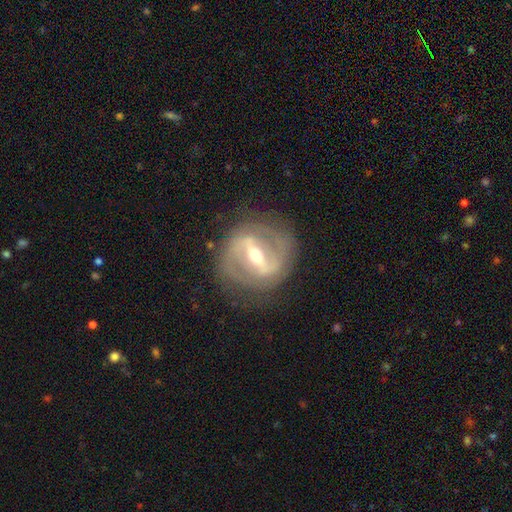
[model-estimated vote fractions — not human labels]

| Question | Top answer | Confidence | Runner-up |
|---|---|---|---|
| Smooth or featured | featured or disk | 86% | smooth (9%) |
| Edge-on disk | no | 93% | yes (7%) |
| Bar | strong | 70% | weak (24%) |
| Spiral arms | yes | 83% | no (17%) |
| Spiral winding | tight | 42% | tied: medium (42%) |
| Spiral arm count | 2 | 77% | can't tell (12%) |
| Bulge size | moderate | 62% | small (32%) |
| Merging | none | 78% | minor disturbance (14%) |